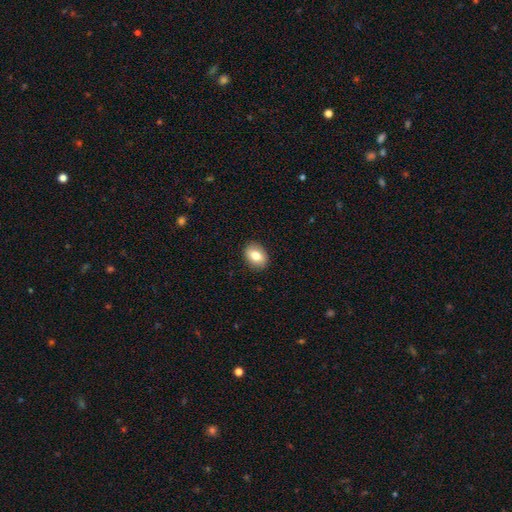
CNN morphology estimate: A smooth galaxy with no disk features (78%) that is in between round and cigar-shaped (73%). Merging: none (89%).